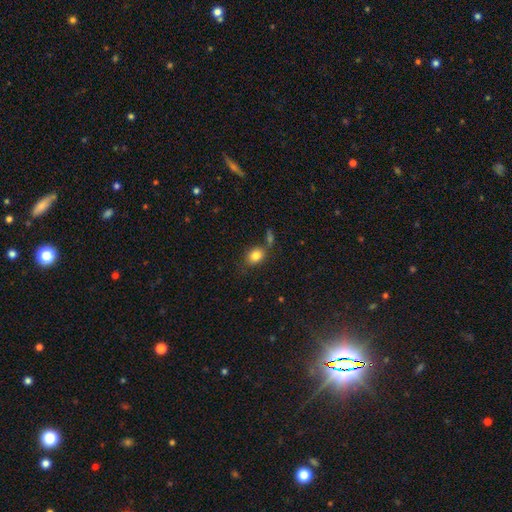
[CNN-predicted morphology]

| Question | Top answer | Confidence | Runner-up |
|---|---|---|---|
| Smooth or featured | smooth | 83% | star or artifact (10%) |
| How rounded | in between | 58% | round (40%) |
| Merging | none | 66% | minor disturbance (15%) |